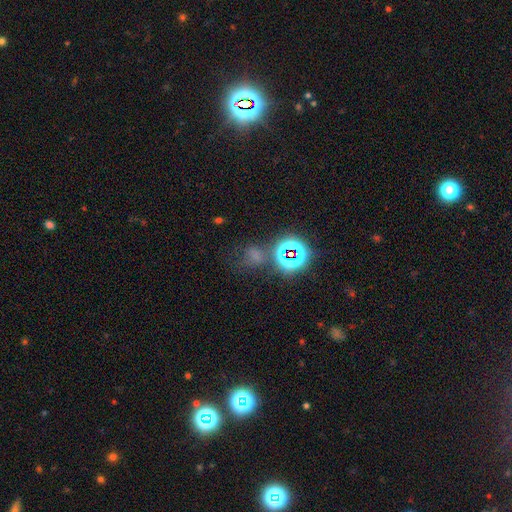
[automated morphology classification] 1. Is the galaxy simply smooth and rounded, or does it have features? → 46% smooth, 45% star or artifact, 9% featured or disk.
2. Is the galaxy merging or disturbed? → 55% none, 18% minor disturbance, 14% major disturbance, 13% merger.